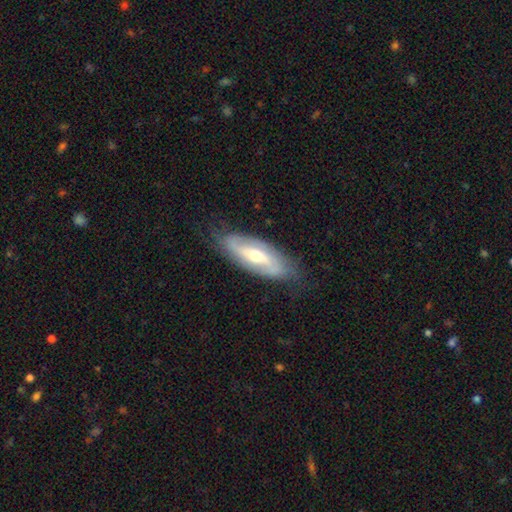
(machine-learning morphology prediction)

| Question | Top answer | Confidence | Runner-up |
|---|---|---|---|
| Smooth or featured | featured or disk | 71% | smooth (23%) |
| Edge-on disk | no | 85% | yes (15%) |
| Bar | no | 38% | weak (36%) |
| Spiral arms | yes | 81% | no (19%) |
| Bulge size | moderate | 64% | small (29%) |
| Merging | none | 75% | minor disturbance (18%) |